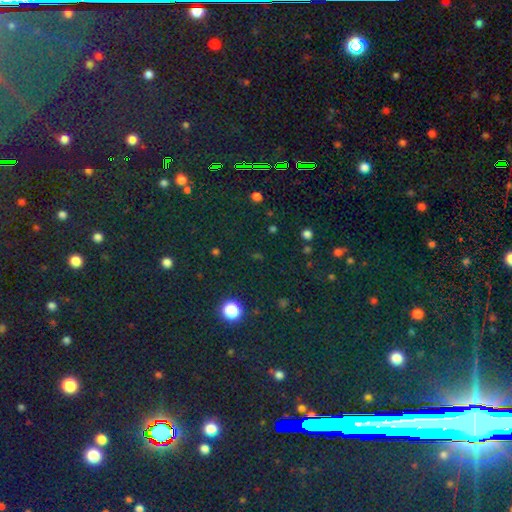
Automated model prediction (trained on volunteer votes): Morphology: type=star or artifact (77%).